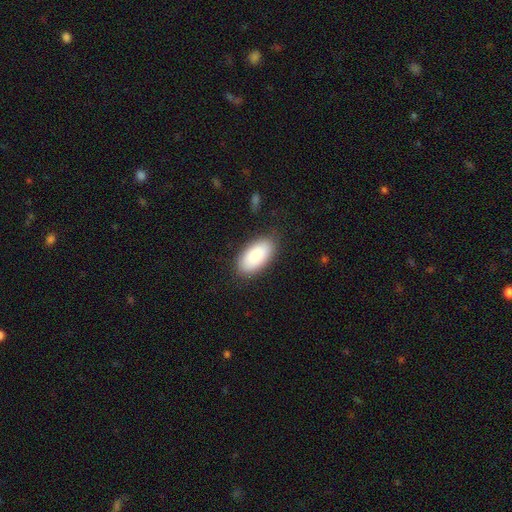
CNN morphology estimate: Q: Smooth or featured?
A: smooth (85%); runner-up: featured or disk (10%)
Q: How rounded?
A: in between (95%); runner-up: cigar-shaped (2%)
Q: Merging?
A: none (85%); runner-up: minor disturbance (11%)